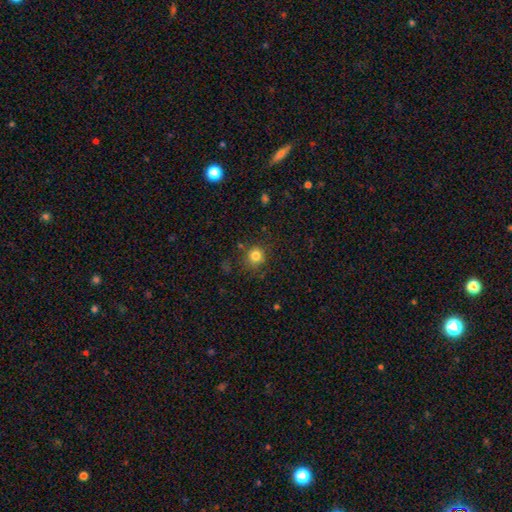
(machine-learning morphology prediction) A smooth galaxy with no disk features (82%) that is round (89%). Merging: none (83%).